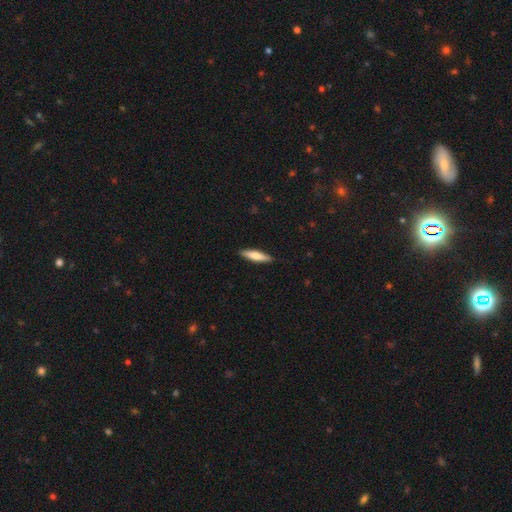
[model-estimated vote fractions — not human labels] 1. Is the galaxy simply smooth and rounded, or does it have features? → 73% smooth, 22% featured or disk, 5% star or artifact.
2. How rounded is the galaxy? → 79% cigar-shaped, 19% in between, 1% round.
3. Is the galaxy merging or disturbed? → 89% none, 8% minor disturbance, 2% major disturbance, 1% merger.